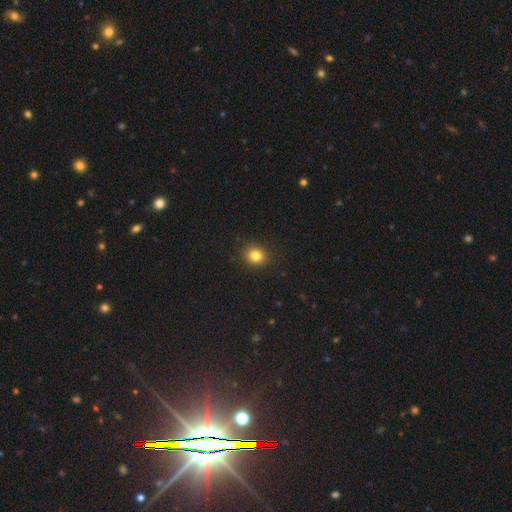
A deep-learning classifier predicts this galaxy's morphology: The model was most divided on "how rounded": round: 75%, in between: 24%, cigar-shaped: 1%. More confident: merging — none (90%); smooth or featured — smooth (83%).